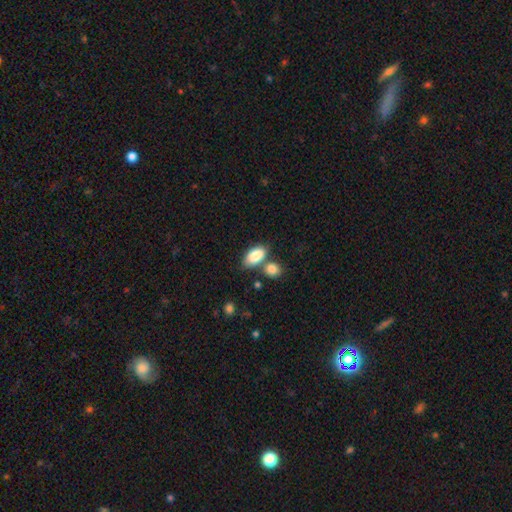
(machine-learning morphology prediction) type=smooth (85%); roundness=in between (92%); merging=none (54%).